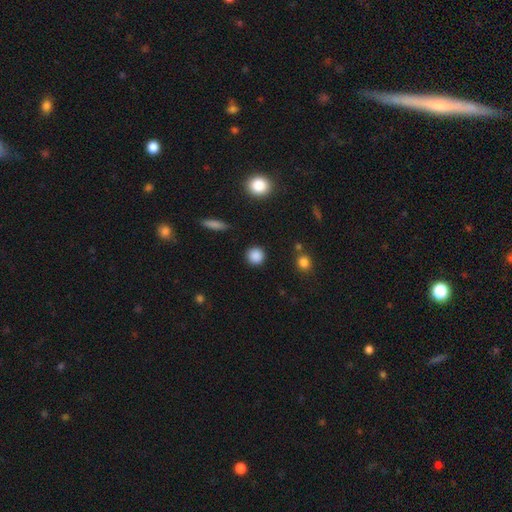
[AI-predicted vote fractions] Smooth or featured?
  - smooth: 86% *
  - star or artifact: 10%
  - featured or disk: 4%
How rounded?
  - round: 93% *
  - in between: 6%
  - cigar-shaped: 1%
Merging?
  - none: 90% *
  - minor disturbance: 6%
  - major disturbance: 2%
  - merger: 2%